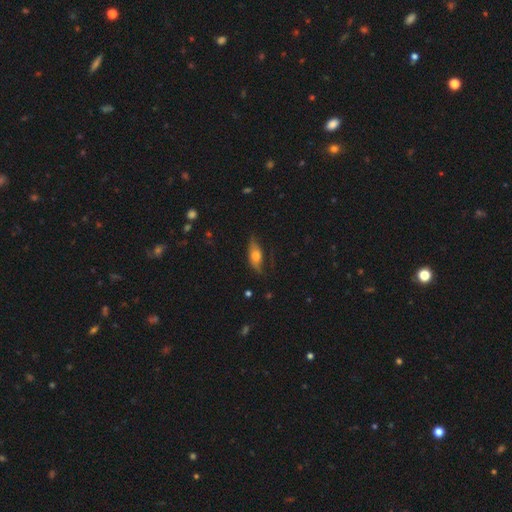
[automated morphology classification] smooth 60%, featured or disk 32%, star or artifact 7%. Down the decision tree: how rounded — in between (77%); merging — none (62%).